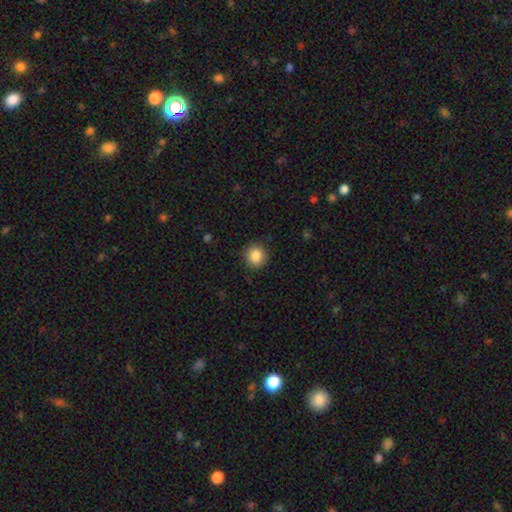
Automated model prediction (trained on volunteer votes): smooth-or-featured: smooth: 87% | star or artifact: 9% | featured or disk: 4%
  how-rounded: round: 89% | in between: 10% | cigar-shaped: 1%
  merging: none: 90% | minor disturbance: 7% | major disturbance: 2% | merger: 1%